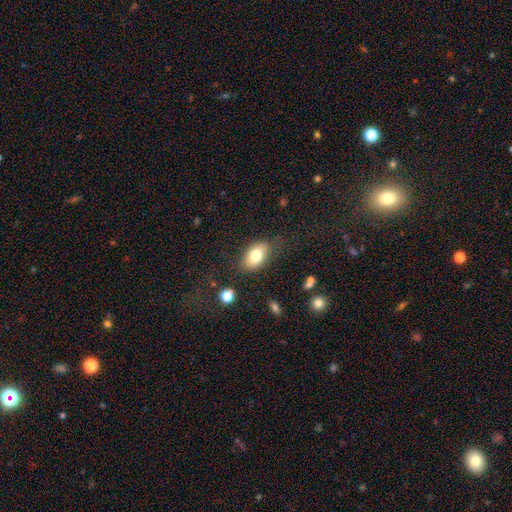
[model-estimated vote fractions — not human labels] The model was most divided on "merging": none: 77%, minor disturbance: 16%, major disturbance: 6%, merger: 2%. More confident: how rounded — in between (90%); smooth or featured — smooth (78%).